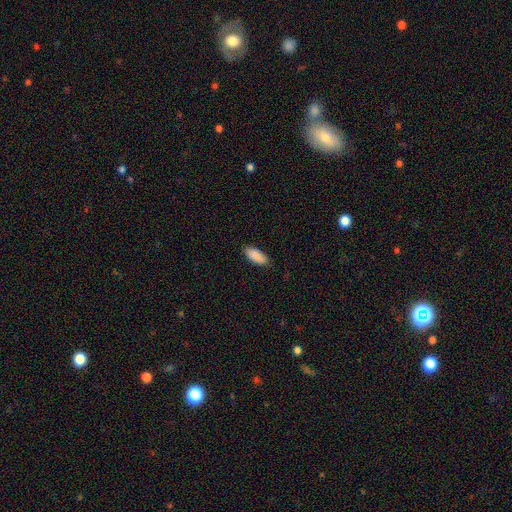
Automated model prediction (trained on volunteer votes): Smooth or featured? Predicted: smooth (p=0.91). How rounded? Predicted: in between (p=0.87). Merging? Predicted: none (p=0.87).